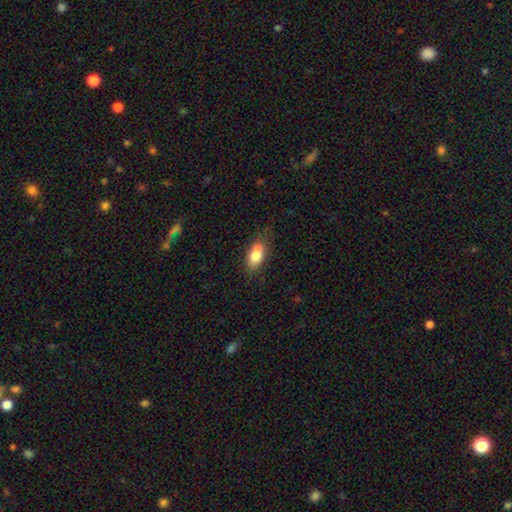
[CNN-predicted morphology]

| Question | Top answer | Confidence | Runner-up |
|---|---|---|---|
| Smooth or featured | smooth | 76% | featured or disk (15%) |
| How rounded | in between | 84% | round (8%) |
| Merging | none | 48% | minor disturbance (24%) |